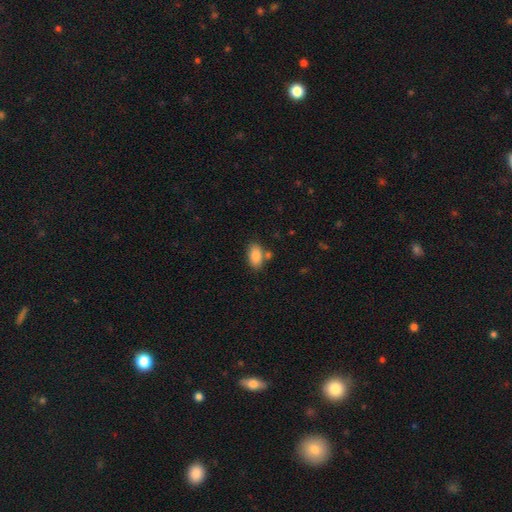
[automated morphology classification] smooth 85%, featured or disk 8%, star or artifact 7%. Down the decision tree: how rounded — in between (92%); merging — none (72%).